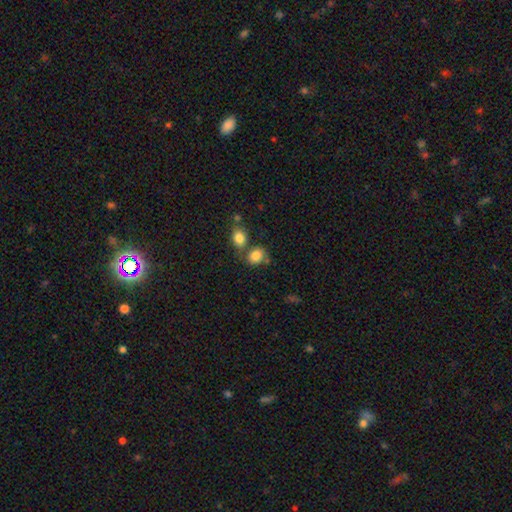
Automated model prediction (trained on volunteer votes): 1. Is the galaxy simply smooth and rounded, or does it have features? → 84% smooth, 10% star or artifact, 7% featured or disk.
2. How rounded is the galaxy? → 50% in between, 49% round, 1% cigar-shaped.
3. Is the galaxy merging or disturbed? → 55% none, 28% merger, 13% minor disturbance, 4% major disturbance.